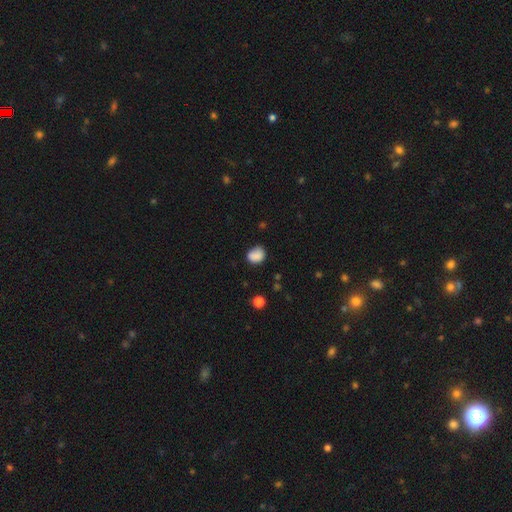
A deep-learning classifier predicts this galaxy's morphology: type=smooth (85%); roundness=round (54%); merging=none (69%).